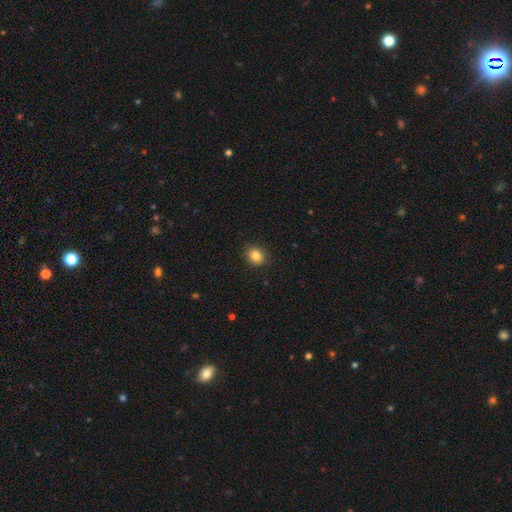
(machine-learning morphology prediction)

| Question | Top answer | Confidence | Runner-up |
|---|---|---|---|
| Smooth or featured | smooth | 84% | star or artifact (10%) |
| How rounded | round | 73% | in between (26%) |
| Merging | none | 90% | minor disturbance (7%) |